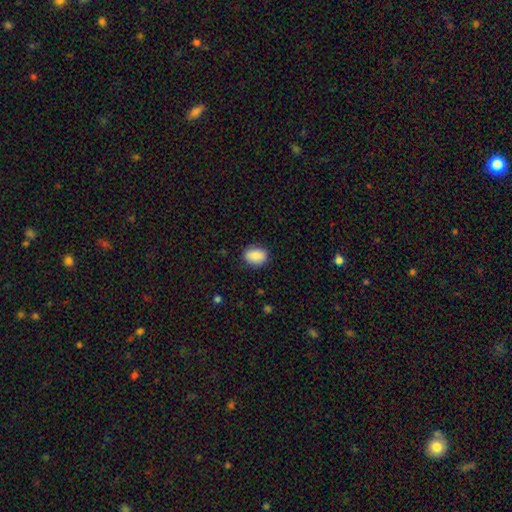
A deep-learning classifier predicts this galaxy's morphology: Smooth or featured? smooth (87%)
How rounded? in between (70%)
Merging? none (84%)